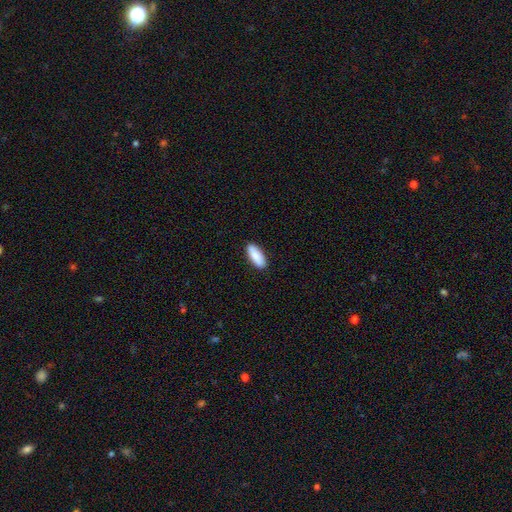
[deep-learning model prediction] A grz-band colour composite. It shows a smooth galaxy with no disk features (90%) that is in between round and cigar-shaped (76%). Merging: none (90%).